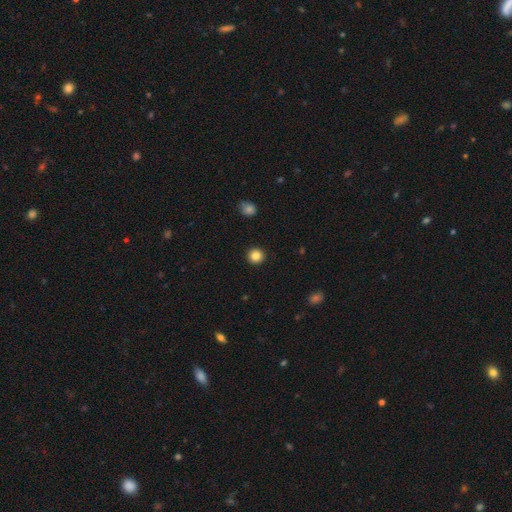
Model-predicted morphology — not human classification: A smooth galaxy with no disk features (85%) that is round (94%).

Vote fractions:
- Smooth or featured? smooth: 85% / star or artifact: 10% / featured or disk: 4%
- How rounded? round: 94% / in between: 5% / cigar-shaped: 1%
- Merging? none: 93% / minor disturbance: 4% / major disturbance: 2% / merger: 1%